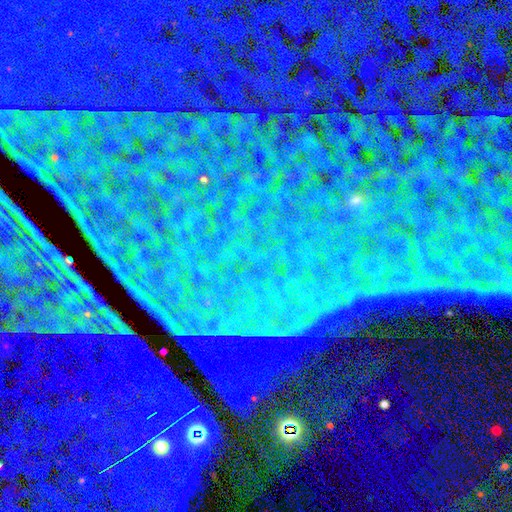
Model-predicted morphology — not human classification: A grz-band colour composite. It shows a star or artifact, not a galaxy (87%).